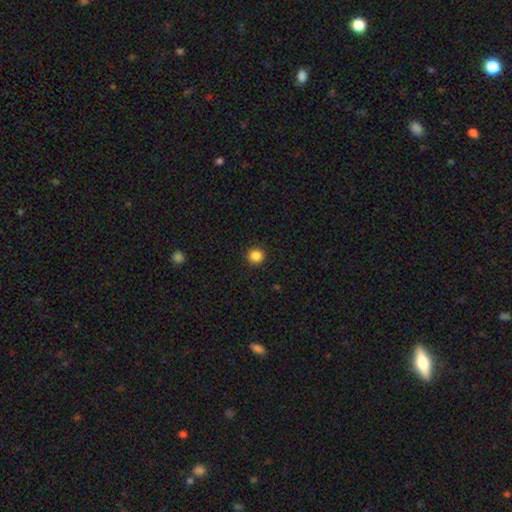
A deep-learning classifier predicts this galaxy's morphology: Smooth or featured? Predicted: smooth (p=0.86). How rounded? Predicted: round (p=0.93). Merging? Predicted: none (p=0.92).